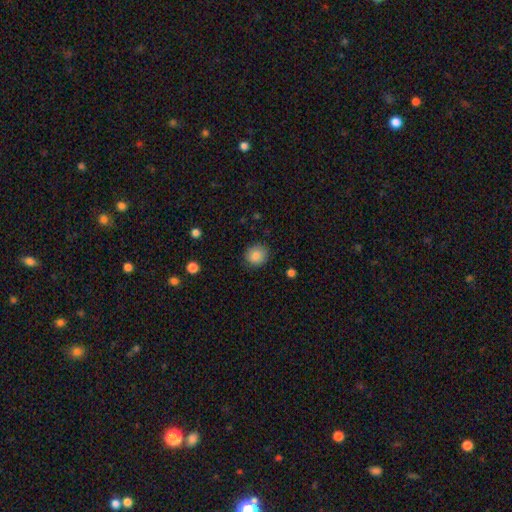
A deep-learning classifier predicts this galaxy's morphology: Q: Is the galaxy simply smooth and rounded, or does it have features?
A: smooth — 85%.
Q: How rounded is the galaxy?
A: round — 81%.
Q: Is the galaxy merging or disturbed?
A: none — 86%.